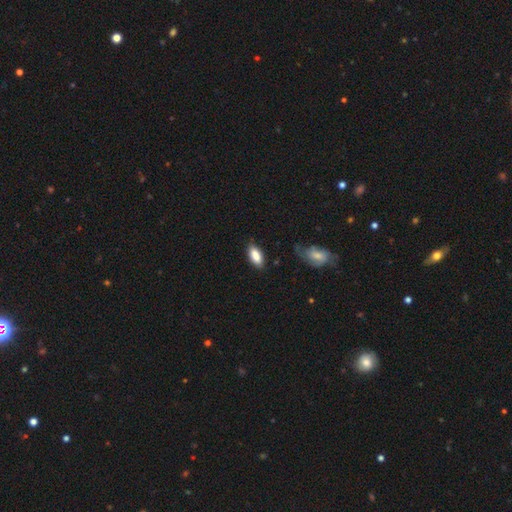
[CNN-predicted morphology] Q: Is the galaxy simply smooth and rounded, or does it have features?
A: smooth — 86%.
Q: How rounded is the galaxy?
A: in between — 87%.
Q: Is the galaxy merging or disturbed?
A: none — 77%.